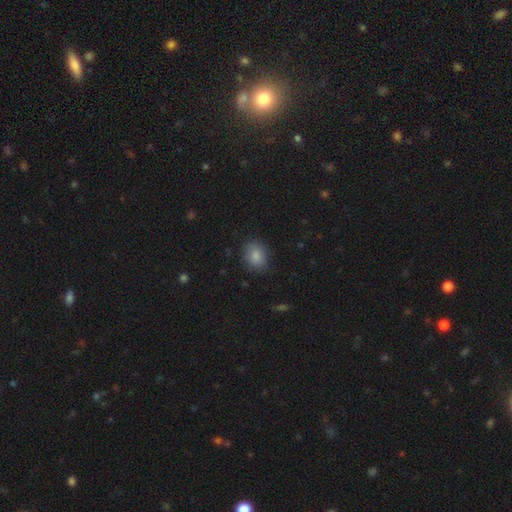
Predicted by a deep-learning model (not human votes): Smooth or featured?
  - smooth: 86% *
  - star or artifact: 8%
  - featured or disk: 6%
How rounded?
  - round: 52% *
  - in between: 47%
  - cigar-shaped: 1%
Merging?
  - none: 81% *
  - minor disturbance: 14%
  - major disturbance: 4%
  - merger: 1%